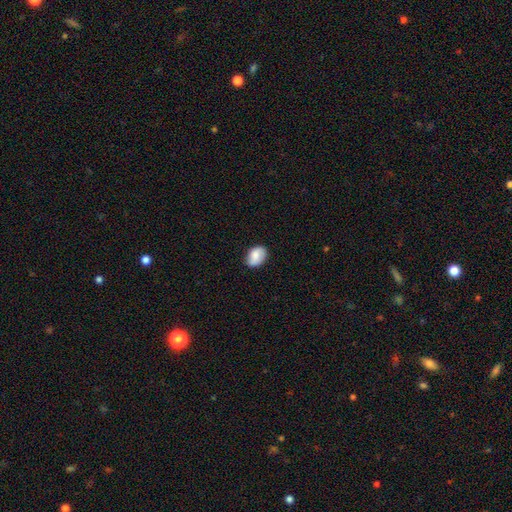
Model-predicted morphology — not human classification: The model was most divided on "how rounded": in between: 76%, round: 22%, cigar-shaped: 1%. More confident: smooth or featured — smooth (77%); merging — none (75%).